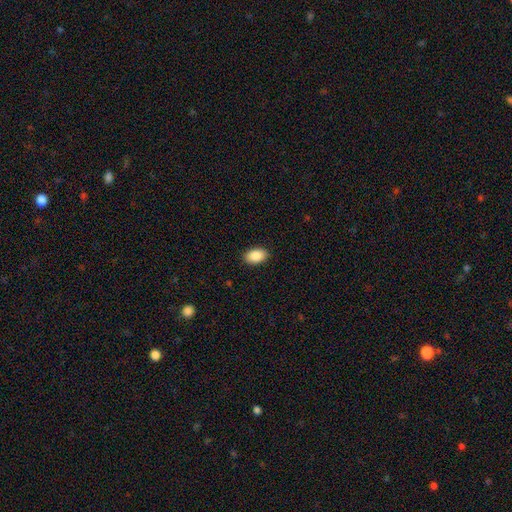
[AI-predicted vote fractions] Smooth or featured? smooth (89%)
How rounded? in between (92%)
Merging? none (89%)